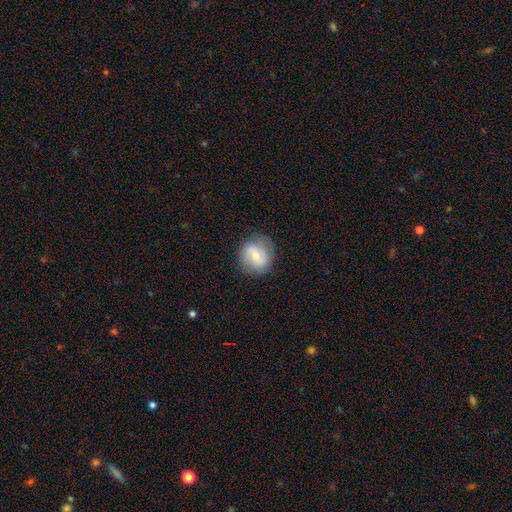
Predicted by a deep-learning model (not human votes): The model was most divided on "smooth or featured": featured or disk: 47%, smooth: 45%, star or artifact: 8%. More confident: merging — none (81%).